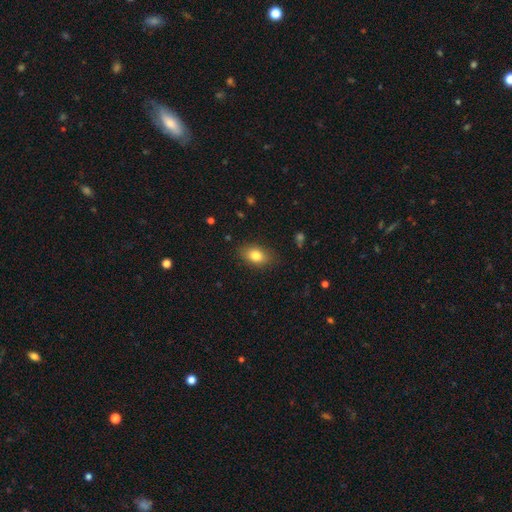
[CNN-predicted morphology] This is clearly a smooth galaxy (81%). How rounded: clearly in between (84%). Merging: clearly none (84%).